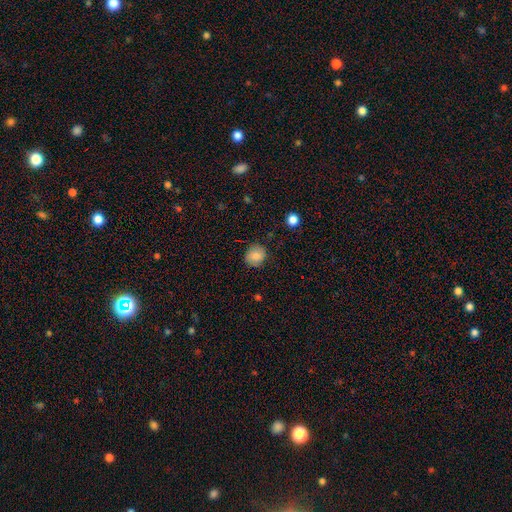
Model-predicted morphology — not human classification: Smooth or featured? smooth (82%)
How rounded? round (77%)
Merging? none (80%)